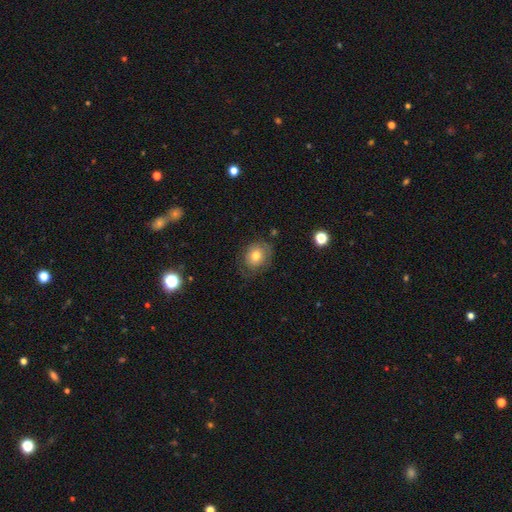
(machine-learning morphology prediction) smooth_or_featured: smooth (p=0.66) [alt: featured or disk p=0.24]
how_rounded: round (p=0.61) [alt: in between p=0.38]
merging: none (p=0.65) [alt: minor disturbance p=0.22]